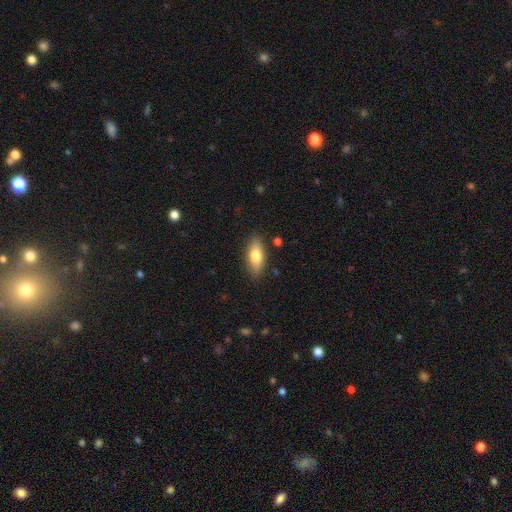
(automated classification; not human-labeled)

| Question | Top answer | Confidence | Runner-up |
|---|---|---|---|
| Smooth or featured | smooth | 73% | featured or disk (21%) |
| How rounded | in between | 73% | cigar-shaped (23%) |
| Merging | none | 86% | minor disturbance (10%) |